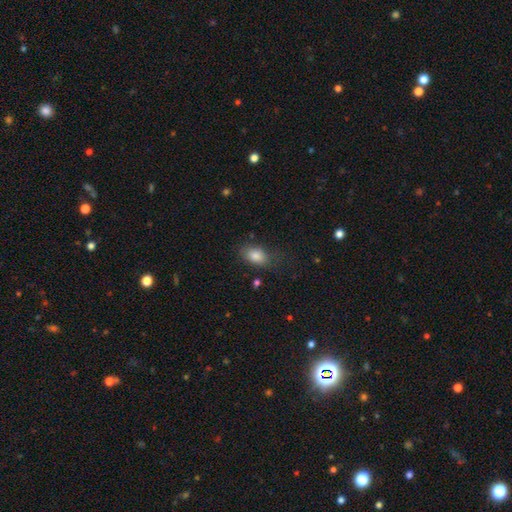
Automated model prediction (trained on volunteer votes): This is clearly a smooth galaxy (83%). How rounded: clearly in between (85%). Merging: likely none (71%).